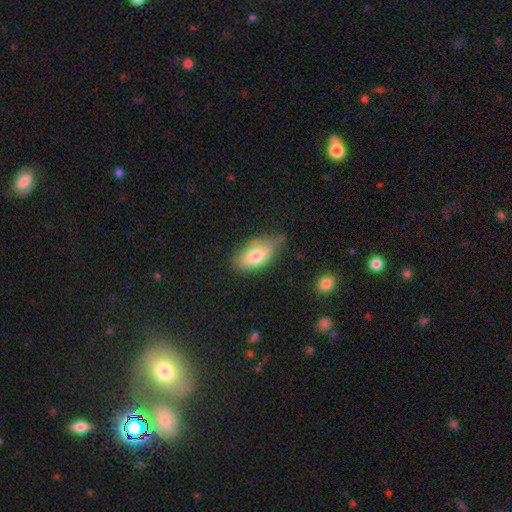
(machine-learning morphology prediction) type=smooth (75%); roundness=in between (91%); merging=none (53%).